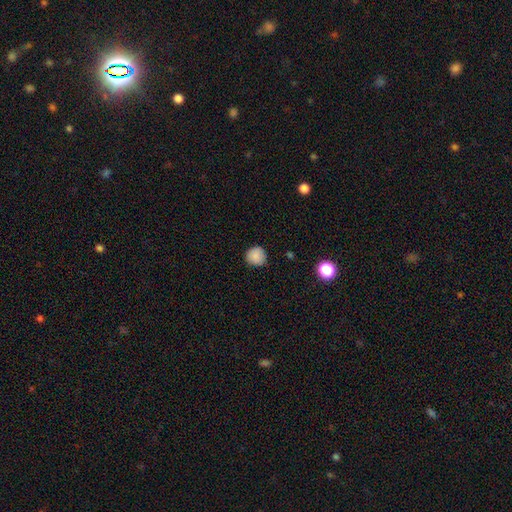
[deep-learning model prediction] Smooth or featured? Predicted: smooth (p=0.86). How rounded? Predicted: round (p=0.92). Merging? Predicted: none (p=0.85).